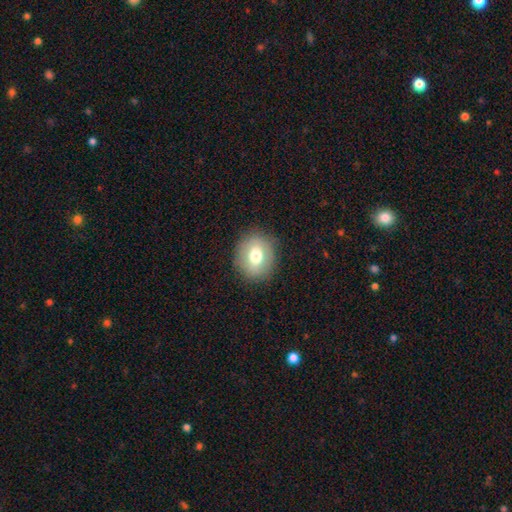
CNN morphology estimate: This is likely a smooth galaxy (70%). How rounded: likely round (69%). Merging: clearly none (86%).